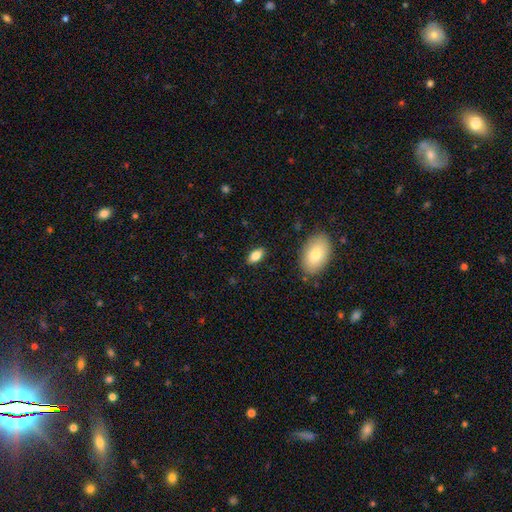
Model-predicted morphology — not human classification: A smooth galaxy with no disk features (80%) that is in between round and cigar-shaped (89%).

Vote fractions:
- Smooth or featured? smooth: 80% / featured or disk: 12% / star or artifact: 8%
- How rounded? in between: 89% / cigar-shaped: 7% / round: 4%
- Merging? none: 87% / minor disturbance: 10% / major disturbance: 2% / merger: 1%